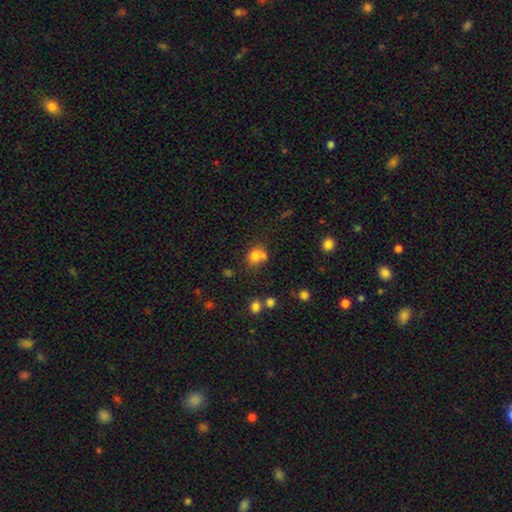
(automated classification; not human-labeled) The model was most divided on "merging": none: 46%, merger: 31%, minor disturbance: 16%, major disturbance: 6%. More confident: smooth or featured — smooth (77%); how rounded — round (63%).